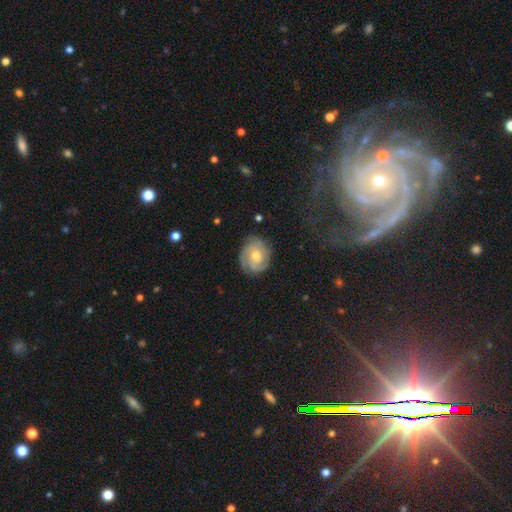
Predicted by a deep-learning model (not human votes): The model was most divided on "spiral arm count": 3: 38%, can't tell: 22%, 2: 21%, 4: 10%, 1: 5%, more than 4: 5%. More confident: edge-on disk — no (98%); spiral arms — yes (95%); merging — none (79%); smooth or featured — featured or disk (75%); bar — no (72%); spiral winding — tight (68%); bulge size — moderate (56%).